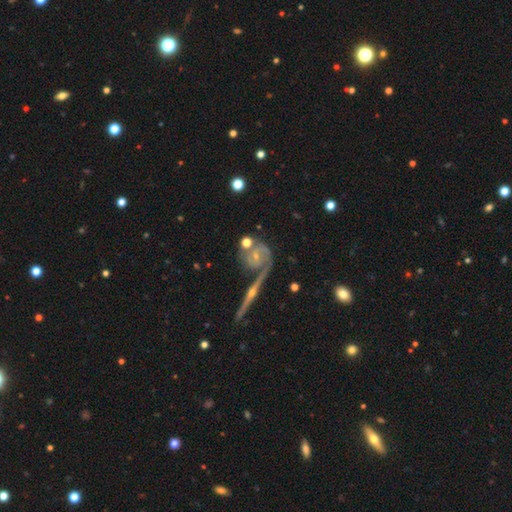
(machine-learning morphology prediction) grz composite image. It shows a featured or disk galaxy (79%) with no bar (63%), 2 (69%) tight (43%) spiral arms (88%) and a small central bulge (69%). Merging: none (56%).